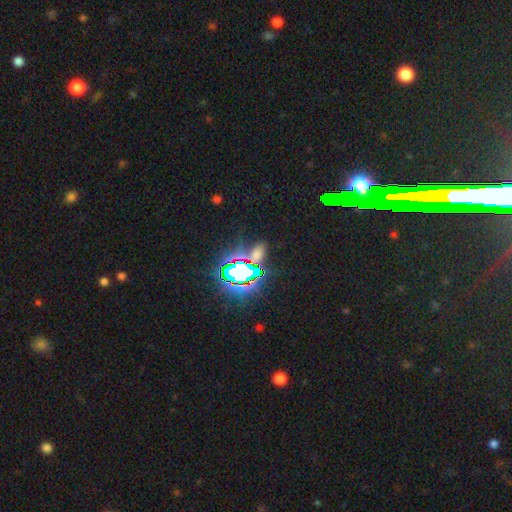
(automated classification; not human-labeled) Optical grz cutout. It shows a star or artifact, not a galaxy (62%).